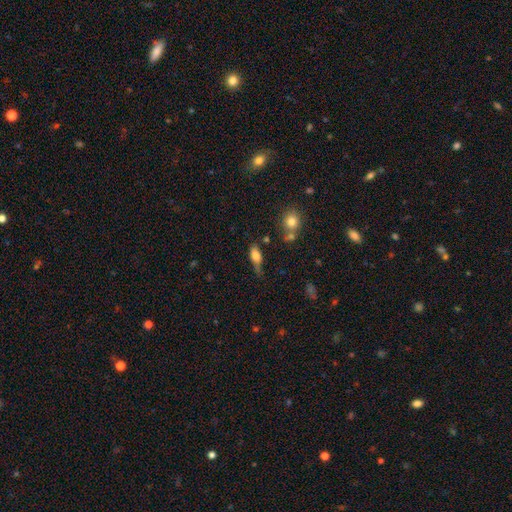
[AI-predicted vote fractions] This is likely a smooth galaxy (71%). How rounded: likely in between (75%). Merging: marginally none (43%).